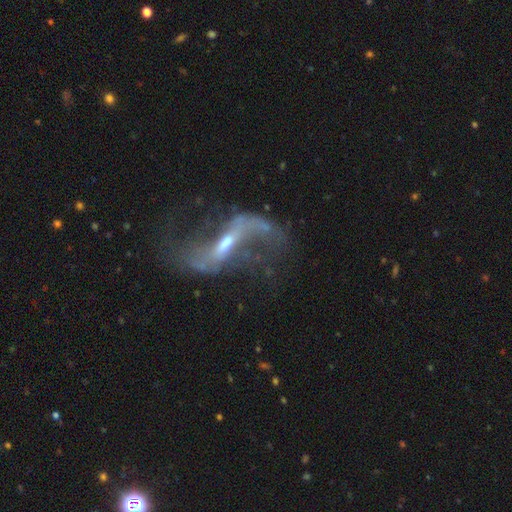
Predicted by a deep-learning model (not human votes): Smooth or featured? Predicted: featured or disk (p=0.88). Edge-on disk? Predicted: no (p=0.92). Bar? Predicted: strong (p=0.44). Spiral arms? Predicted: yes (p=0.94). Spiral winding? Predicted: loose (p=0.88). Spiral arm count? Predicted: 2 (p=0.92). Bulge size? Predicted: small (p=0.66). Merging? Predicted: none (p=0.63).